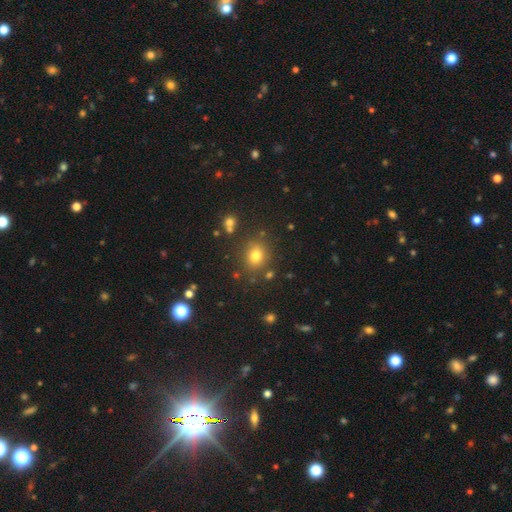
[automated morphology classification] This appears to be a smooth galaxy with no disk features (76%) that is round (71%). Merging: none (81%).